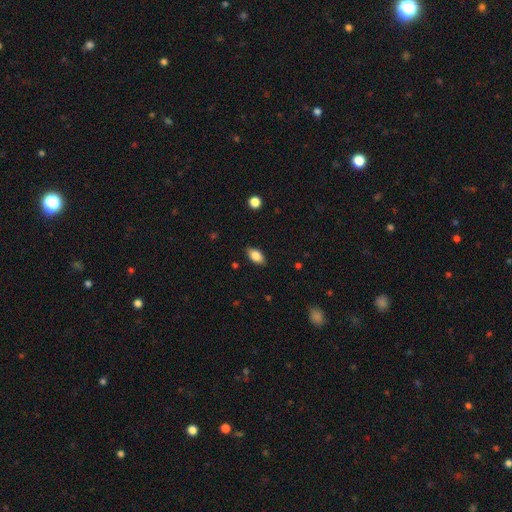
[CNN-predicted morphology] smooth_or_featured: smooth (p=0.83) [alt: featured or disk p=0.10]
how_rounded: in between (p=0.91) [alt: round p=0.05]
merging: none (p=0.86) [alt: minor disturbance p=0.10]